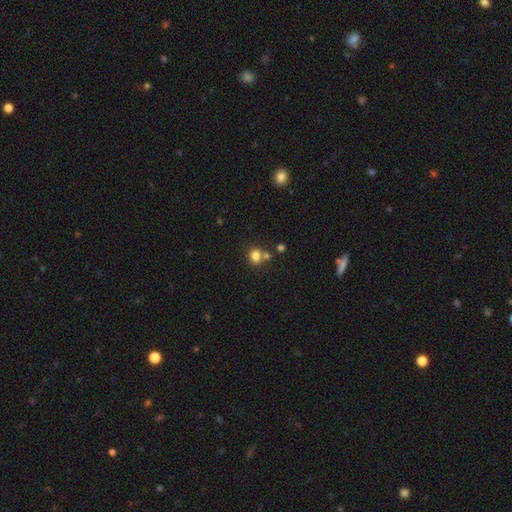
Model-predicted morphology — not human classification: Smooth or featured? smooth (81%)
How rounded? round (81%)
Merging? none (66%)